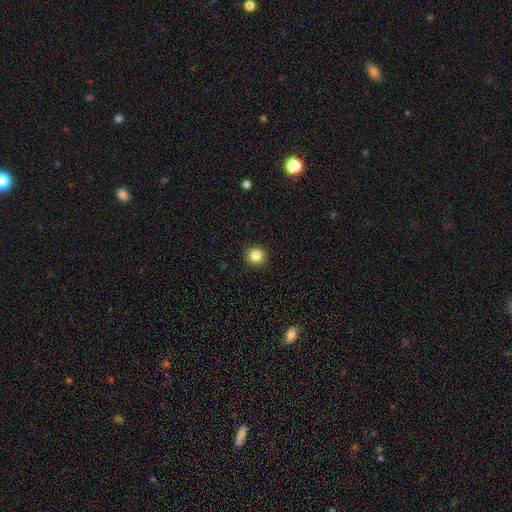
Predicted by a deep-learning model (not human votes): Q: Smooth or featured?
A: smooth (84%); runner-up: star or artifact (11%)
Q: How rounded?
A: round (94%); runner-up: in between (5%)
Q: Merging?
A: none (92%); runner-up: minor disturbance (5%)